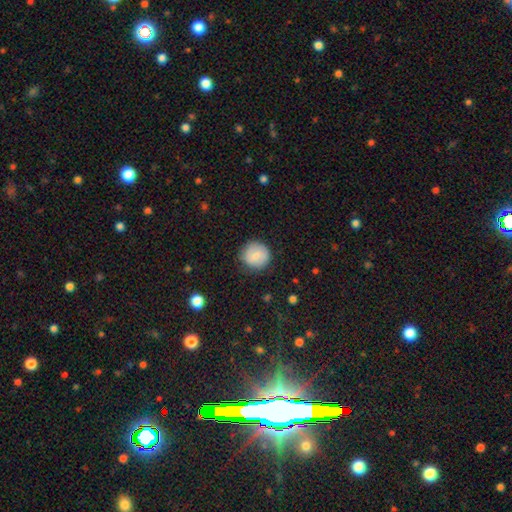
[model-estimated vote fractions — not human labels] Smooth or featured? Predicted: smooth (p=0.74). How rounded? Predicted: round (p=0.92). Merging? Predicted: none (p=0.84).